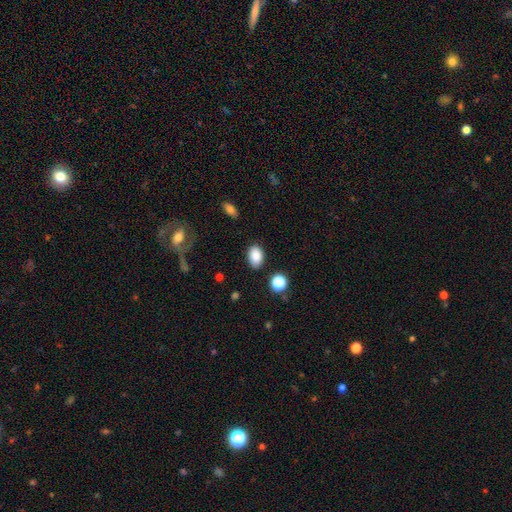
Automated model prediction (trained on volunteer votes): Q: Smooth or featured?
A: smooth (87%); runner-up: star or artifact (9%)
Q: How rounded?
A: in between (86%); runner-up: round (13%)
Q: Merging?
A: none (82%); runner-up: minor disturbance (12%)